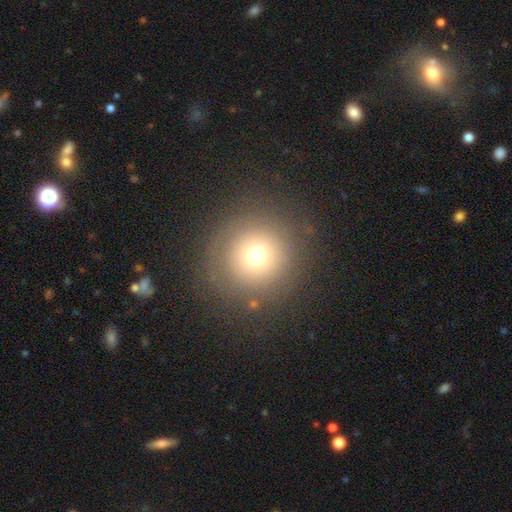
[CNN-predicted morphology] Smooth or featured?
  - smooth: 69% *
  - star or artifact: 17%
  - featured or disk: 14%
How rounded?
  - round: 95% *
  - in between: 4%
  - cigar-shaped: 1%
Merging?
  - none: 85% *
  - minor disturbance: 8%
  - major disturbance: 5%
  - merger: 2%